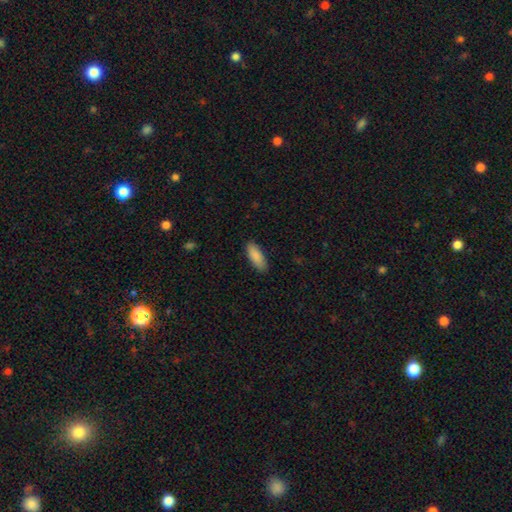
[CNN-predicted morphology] Smooth or featured: smooth — 89% (star or artifact — 6%)
How rounded: in between — 72% (cigar-shaped — 26%)
Merging: none — 88% (minor disturbance — 9%)